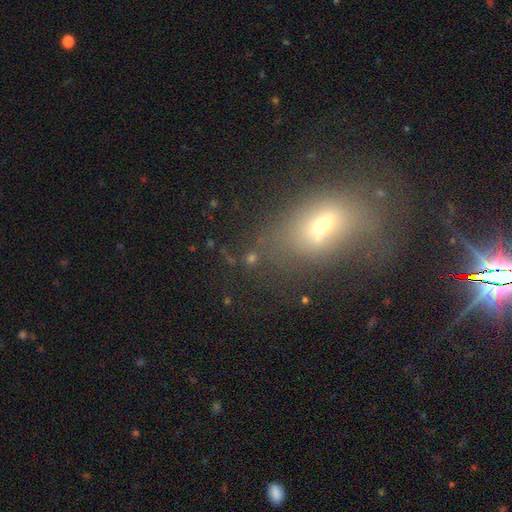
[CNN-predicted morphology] Smooth or featured? smooth (49%)
Merging? none (49%)